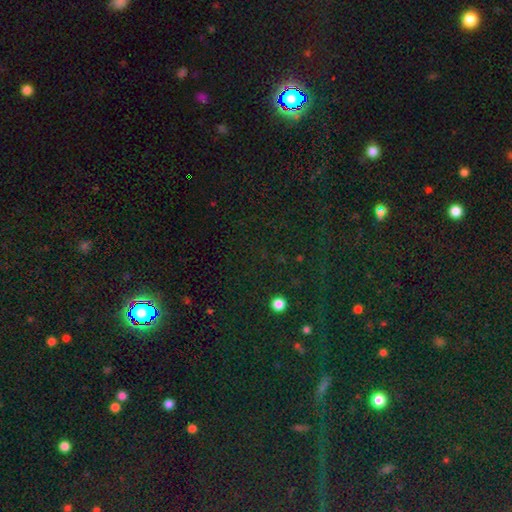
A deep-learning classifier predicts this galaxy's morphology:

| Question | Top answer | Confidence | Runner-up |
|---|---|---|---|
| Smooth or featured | star or artifact | 78% | smooth (14%) |